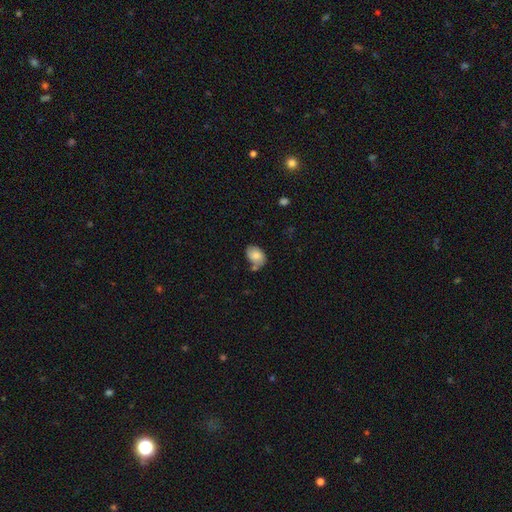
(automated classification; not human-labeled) Smooth or featured?
  - smooth: 78% *
  - featured or disk: 14%
  - star or artifact: 8%
How rounded?
  - in between: 75% *
  - round: 24%
  - cigar-shaped: 1%
Merging?
  - none: 51% *
  - minor disturbance: 26%
  - merger: 14%
  - major disturbance: 9%